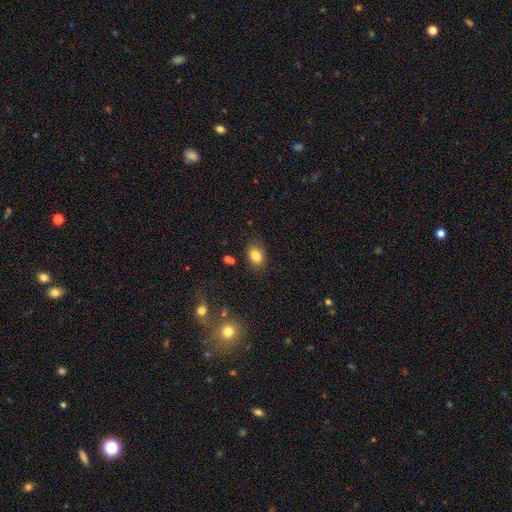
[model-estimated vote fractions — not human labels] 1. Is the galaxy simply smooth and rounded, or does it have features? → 83% smooth, 10% star or artifact, 7% featured or disk.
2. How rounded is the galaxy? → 72% in between, 27% round, 1% cigar-shaped.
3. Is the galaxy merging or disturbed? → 82% none, 12% minor disturbance, 3% major disturbance, 3% merger.